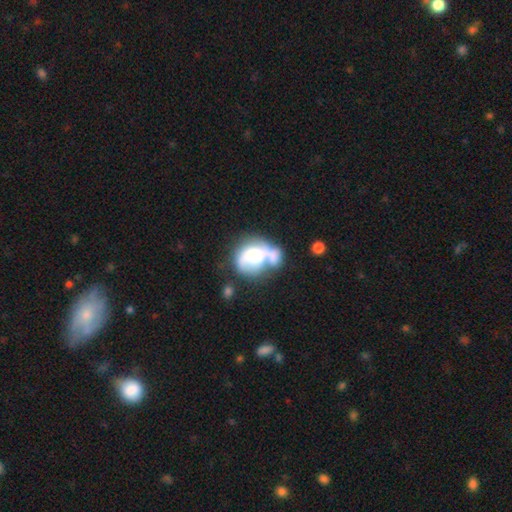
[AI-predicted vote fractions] Smooth or featured?
  - smooth: 49% *
  - featured or disk: 43%
  - star or artifact: 9%
Merging?
  - merger: 47% *
  - major disturbance: 24%
  - none: 17%
  - minor disturbance: 11%